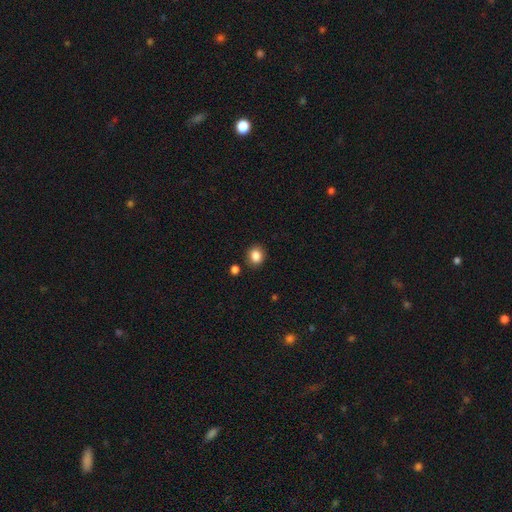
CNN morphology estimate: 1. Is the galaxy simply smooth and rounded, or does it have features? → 85% smooth, 10% star or artifact, 5% featured or disk.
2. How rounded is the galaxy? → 71% round, 28% in between, 1% cigar-shaped.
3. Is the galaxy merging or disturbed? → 87% none, 8% minor disturbance, 3% merger, 2% major disturbance.